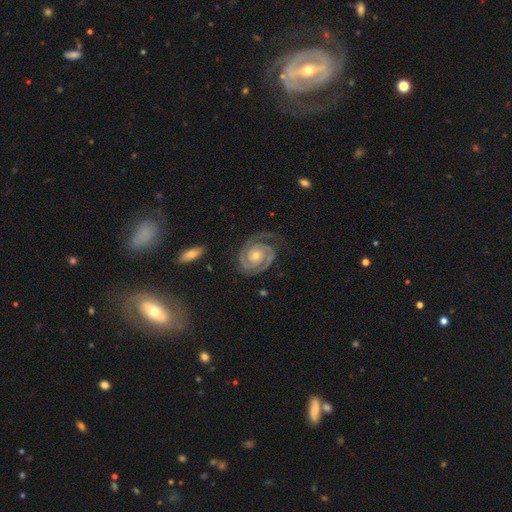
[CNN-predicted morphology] A featured or disk galaxy (91%) with no bar (74%), 2 (84%) tight (77%) spiral arms (98%) and a small central bulge (50%).

Vote fractions:
- Smooth or featured? featured or disk: 91% / star or artifact: 5% / smooth: 4%
- Edge-on disk? no: 98% / yes: 2%
- Bar? no: 74% / weak: 18% / strong: 8%
- Spiral arms? yes: 98% / no: 2%
- Spiral winding? tight: 77% / medium: 20% / loose: 3%
- Spiral arm count? 2: 84% / 3: 7% / can't tell: 4% / 1: 2% / 4: 2% / more than 4: 2%
- Bulge size? small: 50% / moderate: 45% / large: 2% / none: 1% / dominant: 1%
- Merging? none: 77% / minor disturbance: 15% / major disturbance: 7% / merger: 2%